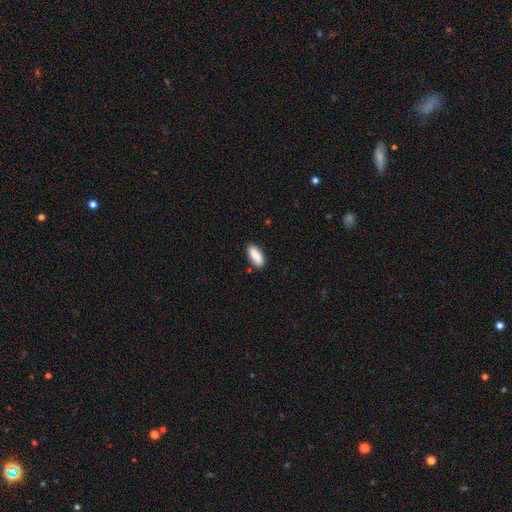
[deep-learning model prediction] Smooth or featured?
  - smooth: 89% *
  - star or artifact: 6%
  - featured or disk: 4%
How rounded?
  - in between: 86% *
  - cigar-shaped: 12%
  - round: 2%
Merging?
  - none: 85% *
  - minor disturbance: 12%
  - major disturbance: 2%
  - merger: 2%